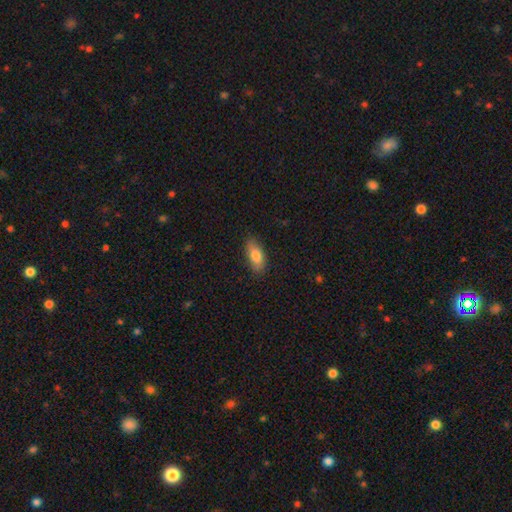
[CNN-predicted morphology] Smooth or featured? smooth (81%)
How rounded? in between (85%)
Merging? none (83%)